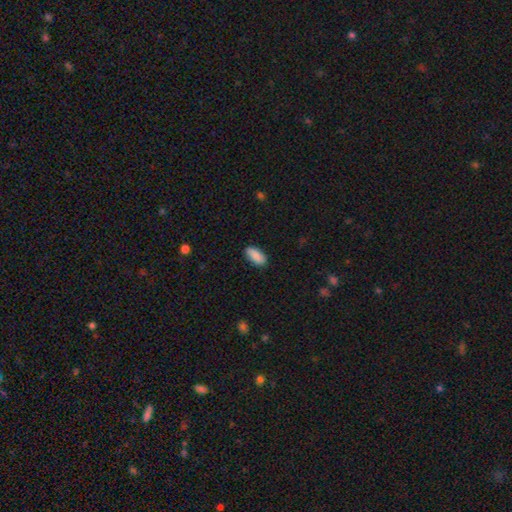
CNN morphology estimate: This is clearly a smooth galaxy (89%). How rounded: clearly in between (86%). Merging: clearly none (86%).